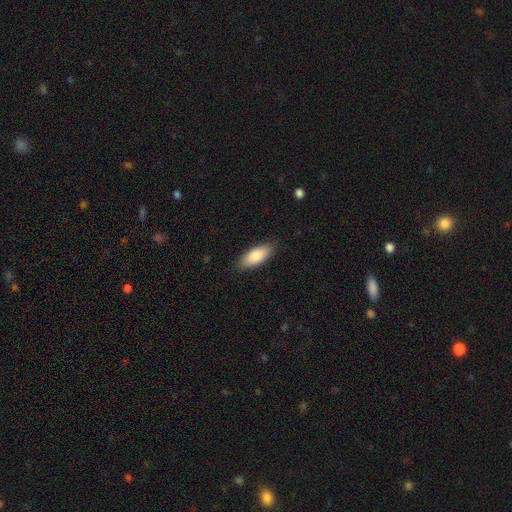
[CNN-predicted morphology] The model was most divided on "how rounded": in between: 81%, cigar-shaped: 17%, round: 2%. More confident: merging — none (86%); smooth or featured — smooth (85%).